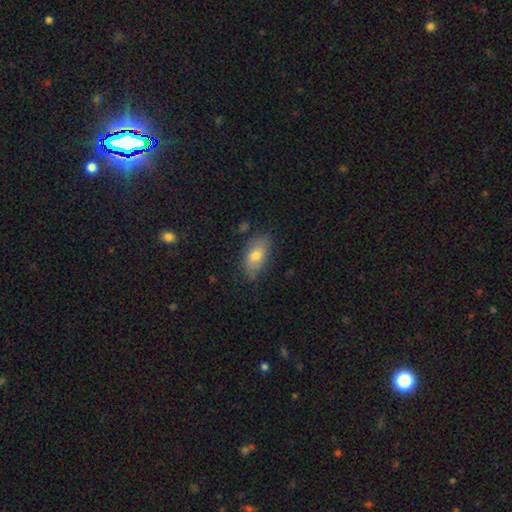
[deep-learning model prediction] Smooth or featured?
  - smooth: 73% *
  - featured or disk: 19%
  - star or artifact: 8%
How rounded?
  - in between: 91% *
  - round: 5%
  - cigar-shaped: 4%
Merging?
  - none: 75% *
  - minor disturbance: 19%
  - major disturbance: 4%
  - merger: 2%